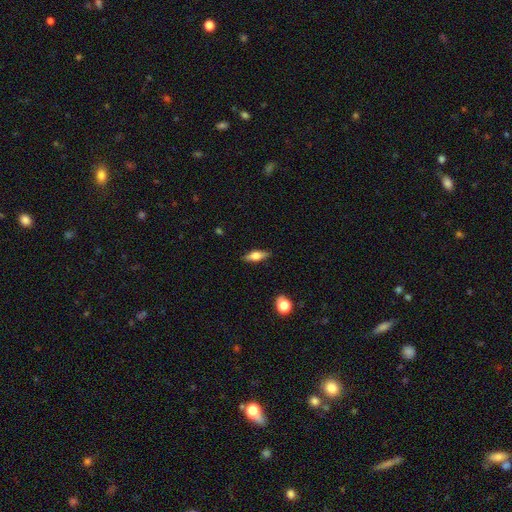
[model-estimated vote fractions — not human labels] smooth-or-featured: smooth: 61% | featured or disk: 31% | star or artifact: 8%
  how-rounded: in between: 61% | cigar-shaped: 35% | round: 4%
  merging: none: 86% | minor disturbance: 11% | major disturbance: 2% | merger: 1%